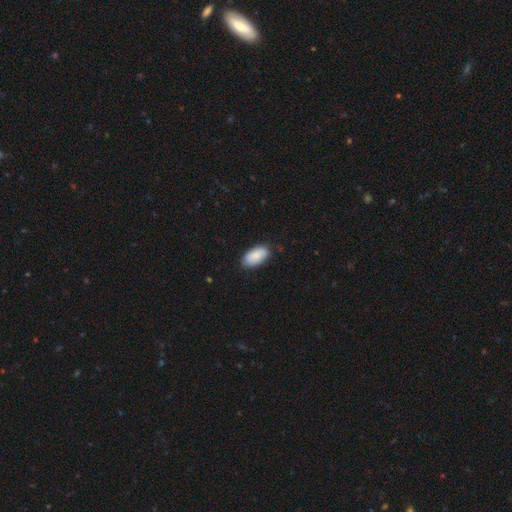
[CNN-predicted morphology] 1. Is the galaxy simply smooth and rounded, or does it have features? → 88% smooth, 6% featured or disk, 6% star or artifact.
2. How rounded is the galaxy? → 94% in between, 3% cigar-shaped, 2% round.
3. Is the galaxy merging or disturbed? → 82% none, 15% minor disturbance, 2% major disturbance, 1% merger.